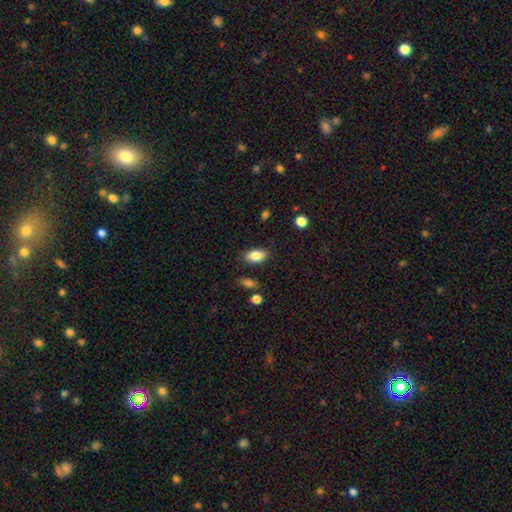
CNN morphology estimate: smooth_or_featured: smooth (p=0.84) [alt: featured or disk p=0.08]
how_rounded: in between (p=0.92) [alt: round p=0.05]
merging: none (p=0.84) [alt: minor disturbance p=0.11]